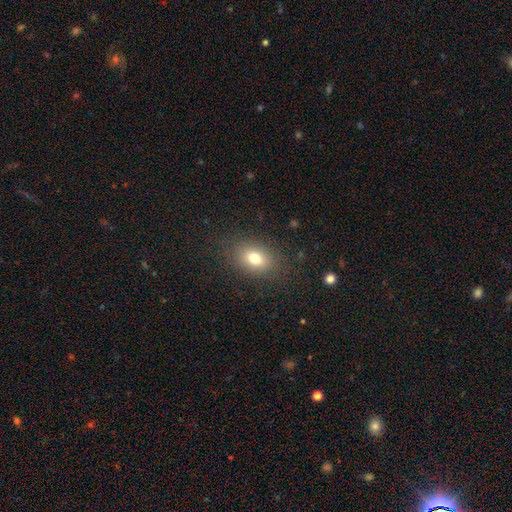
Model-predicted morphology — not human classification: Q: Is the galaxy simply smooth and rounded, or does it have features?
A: smooth — 72%.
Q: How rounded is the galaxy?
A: in between — 67%.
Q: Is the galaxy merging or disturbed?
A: none — 89%.